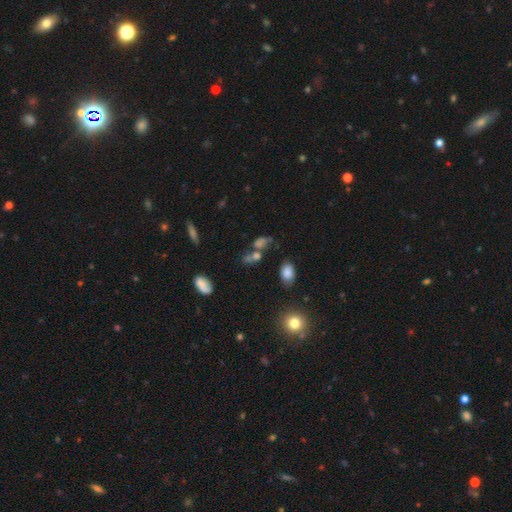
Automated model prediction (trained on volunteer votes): A star or artifact, not a galaxy (41%).